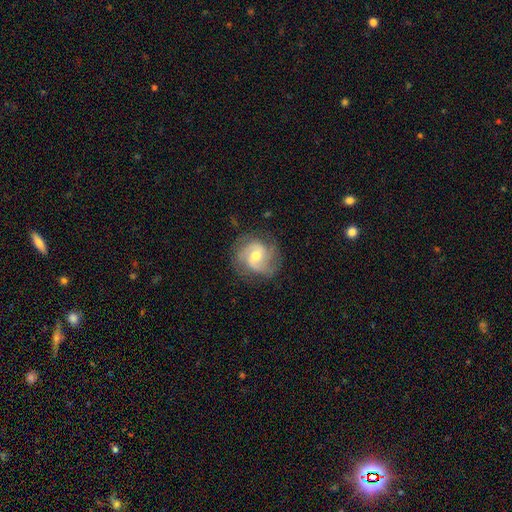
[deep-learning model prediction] Overall: featured or disk (79%). Edge-on disk: no (98%). Bar: weak (47%; no 41%). Spiral arms: yes (95%). Spiral arm count: 2 (52%; 3 23%). Spiral winding: medium (49%; tight 30%). Bulge size: moderate (65%; small 28%). Merging: none (72%).